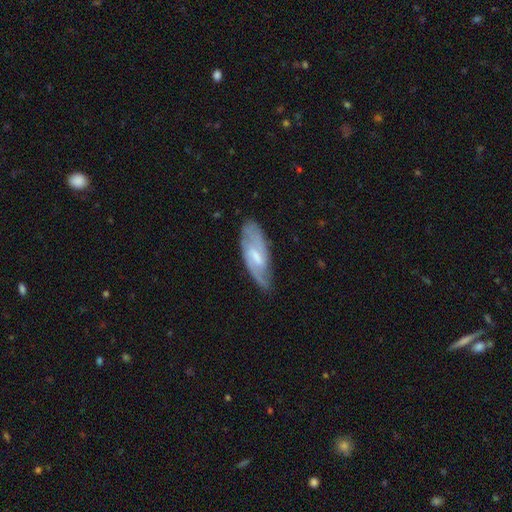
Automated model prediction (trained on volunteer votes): Smooth or featured: featured or disk — 70% (smooth — 25%)
Edge-on disk: no — 85% (yes — 15%)
Bar: weak — 56% (strong — 24%)
Spiral arms: yes — 86% (no — 14%)
Spiral winding: medium — 46% (tight — 32%)
Spiral arm count: 2 — 65% (can't tell — 22%)
Bulge size: small — 44% (moderate — 39%)
Merging: none — 72% (minor disturbance — 20%)